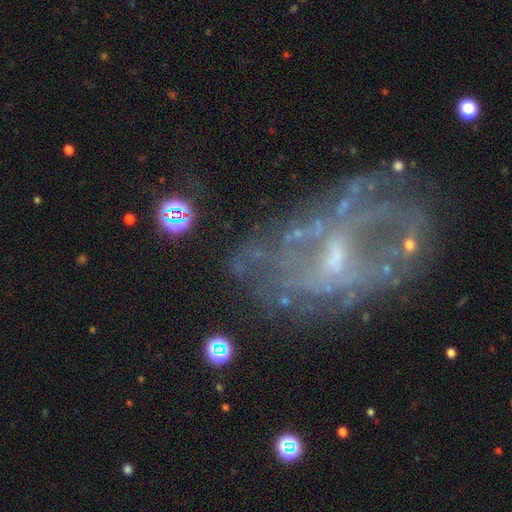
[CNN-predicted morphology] smooth-or-featured: featured or disk: 75% | smooth: 13% | star or artifact: 12%
  disk-edge-on: no: 95% | yes: 5%
    bar: no: 50% | weak: 40% | strong: 10%
    has-spiral-arms: no: 52% | yes: 48%
    bulge-size: small: 51% | moderate: 28% | none: 17% | large: 2% | dominant: 1%
  merging: none: 52% | major disturbance: 22% | minor disturbance: 21% | merger: 5%